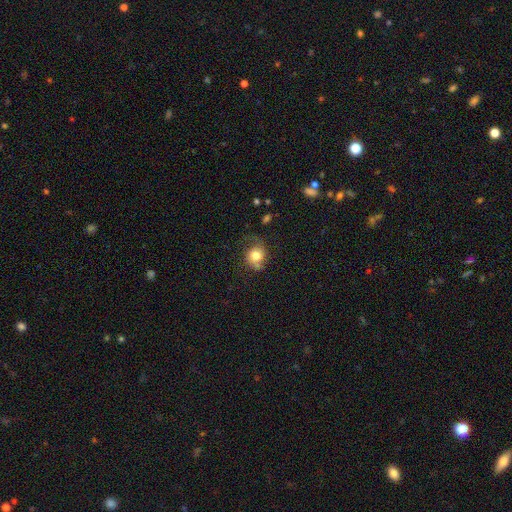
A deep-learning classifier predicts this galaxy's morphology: smooth_or_featured: smooth (p=0.61) [alt: featured or disk p=0.29]
how_rounded: round (p=0.70) [alt: in between p=0.29]
merging: none (p=0.52) [alt: minor disturbance p=0.27]